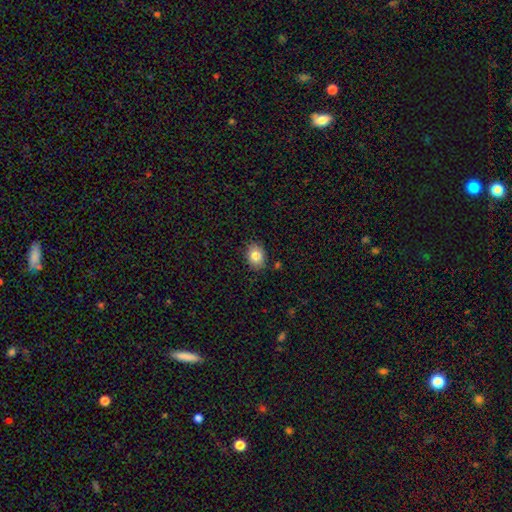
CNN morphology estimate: Smooth or featured? smooth (82%)
How rounded? in between (61%)
Merging? none (83%)